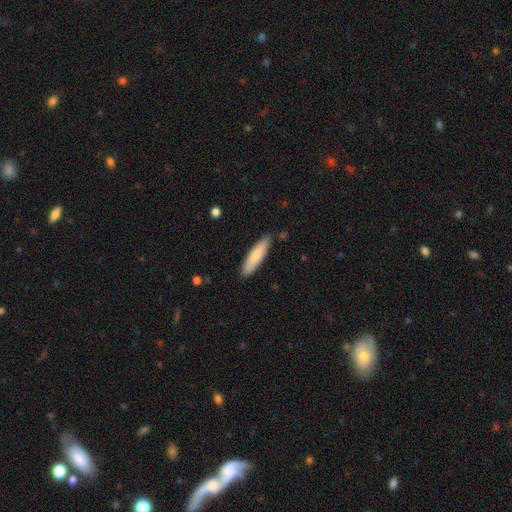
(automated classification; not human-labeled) Overall: smooth (77%). How rounded: cigar-shaped (74%). Merging: none (87%).